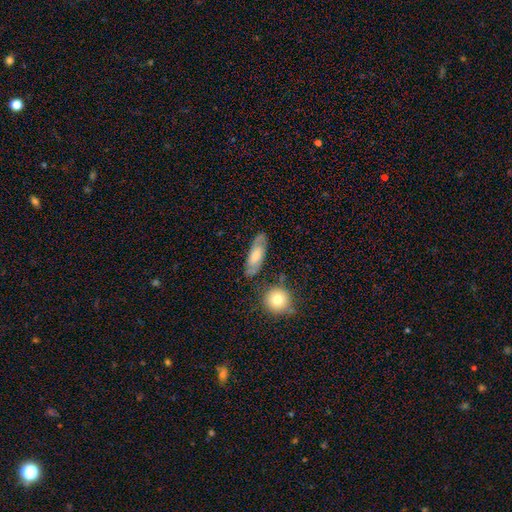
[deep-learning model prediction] Morphology: type=smooth (48%); merging=none (76%).